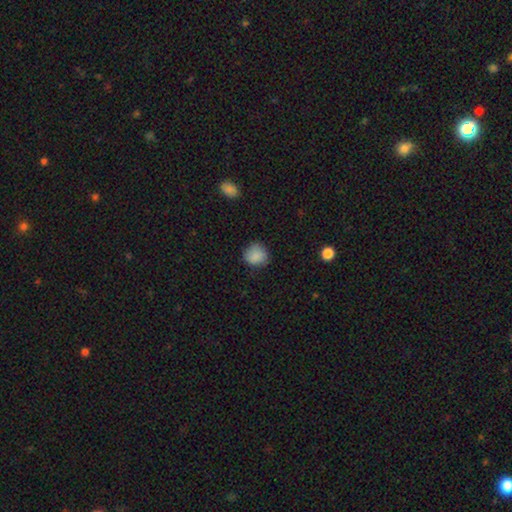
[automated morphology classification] Overall: smooth (87%). How rounded: round (86%). Merging: none (81%).